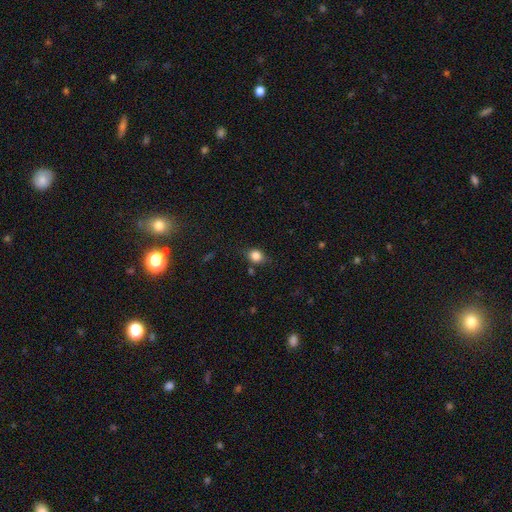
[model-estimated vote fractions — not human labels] smooth_or_featured: smooth (p=0.82) [alt: star or artifact p=0.11]
how_rounded: round (p=0.50) [alt: in between p=0.48]
merging: none (p=0.75) [alt: minor disturbance p=0.18]